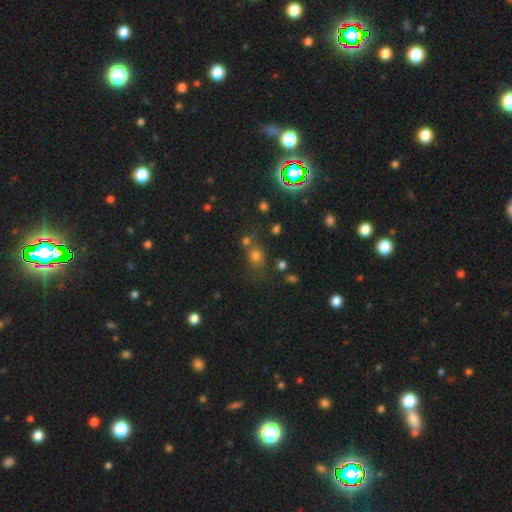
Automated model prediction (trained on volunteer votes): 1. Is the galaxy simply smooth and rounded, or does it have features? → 62% smooth, 28% star or artifact, 10% featured or disk.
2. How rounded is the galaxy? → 66% round, 32% in between, 2% cigar-shaped.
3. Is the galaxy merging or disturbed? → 60% none, 21% merger, 13% minor disturbance, 6% major disturbance.